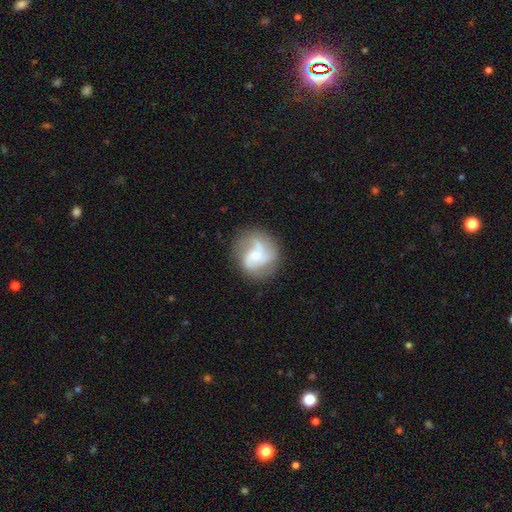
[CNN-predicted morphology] Q: Smooth or featured?
A: featured or disk (69%); runner-up: smooth (23%)
Q: Edge-on disk?
A: no (97%); runner-up: yes (3%)
Q: Bar?
A: no (54%); runner-up: weak (35%)
Q: Spiral arms?
A: yes (89%); runner-up: no (11%)
Q: Spiral winding?
A: loose (43%); runner-up: medium (42%)
Q: Spiral arm count?
A: 2 (54%); runner-up: 3 (18%)
Q: Bulge size?
A: small (53%); runner-up: moderate (40%)
Q: Merging?
A: none (69%); runner-up: minor disturbance (17%)